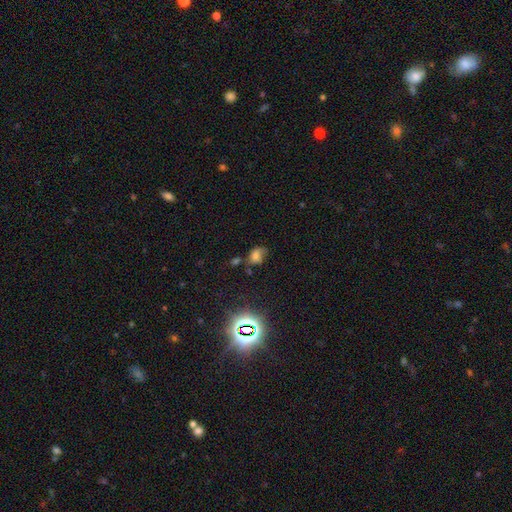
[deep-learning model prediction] Smooth or featured?
  - smooth: 59% *
  - star or artifact: 23%
  - featured or disk: 17%
How rounded?
  - in between: 68% *
  - round: 30%
  - cigar-shaped: 2%
Merging?
  - none: 44% *
  - minor disturbance: 30%
  - major disturbance: 16%
  - merger: 10%